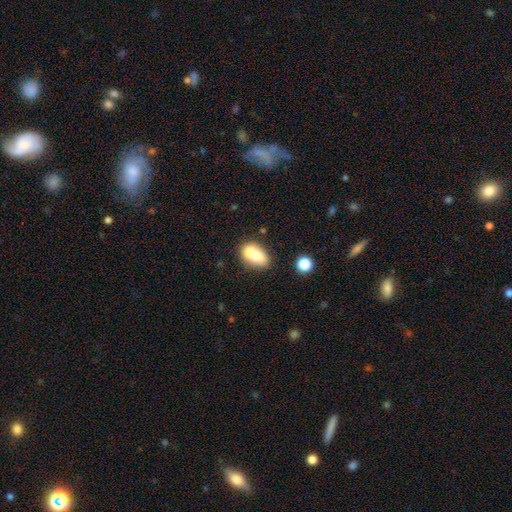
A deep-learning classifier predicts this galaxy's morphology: The model was most divided on "merging": none: 44%, merger: 38%, minor disturbance: 13%, major disturbance: 5%. More confident: how rounded — in between (81%); smooth or featured — smooth (69%).